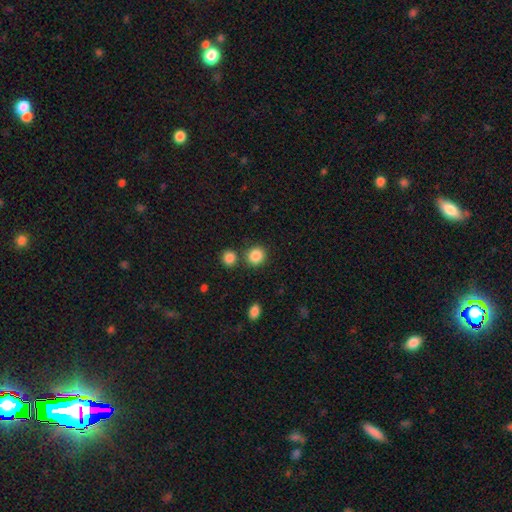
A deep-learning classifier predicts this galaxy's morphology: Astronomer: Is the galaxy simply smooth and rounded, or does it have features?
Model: smooth — 86%.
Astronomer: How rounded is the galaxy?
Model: round — 86%.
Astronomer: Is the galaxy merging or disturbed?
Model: none — 78%.